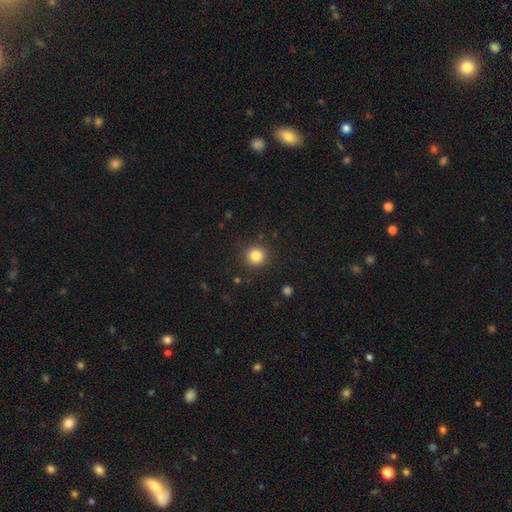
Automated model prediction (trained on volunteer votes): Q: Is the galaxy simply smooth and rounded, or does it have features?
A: smooth — 82%.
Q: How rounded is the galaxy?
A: round — 94%.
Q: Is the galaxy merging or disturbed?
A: none — 90%.